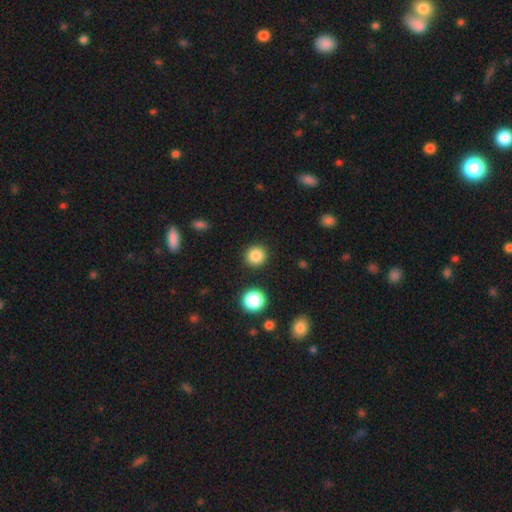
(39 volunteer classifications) Smooth or featured? 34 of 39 (87%) said smooth. How rounded? 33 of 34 (97%) said round. Merging? 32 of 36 (89%) said none.